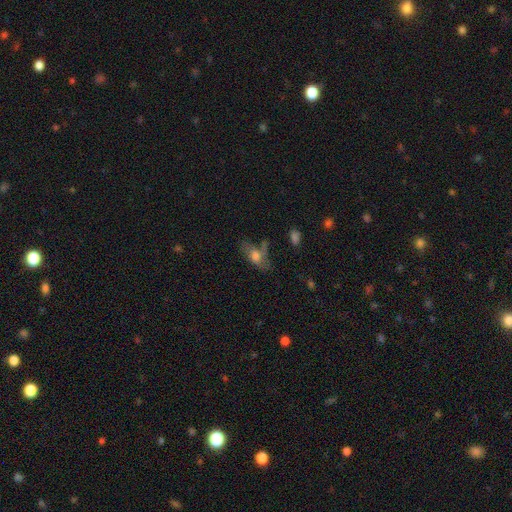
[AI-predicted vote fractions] smooth 57%, featured or disk 32%, star or artifact 11%. Down the decision tree: how rounded — in between (82%); merging — none (40%).